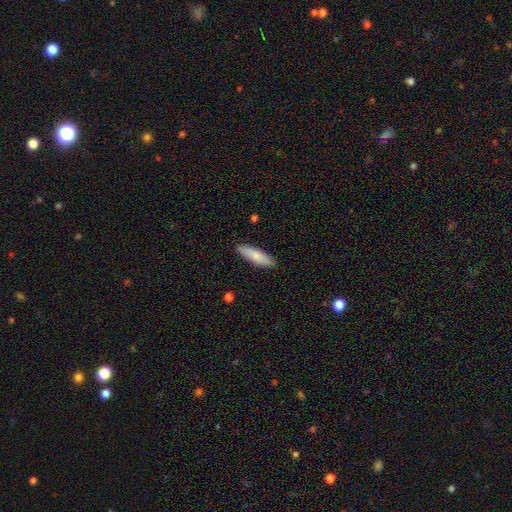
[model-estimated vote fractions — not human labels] Smooth or featured? Predicted: smooth (p=0.77). How rounded? Predicted: cigar-shaped (p=0.56). Merging? Predicted: none (p=0.89).